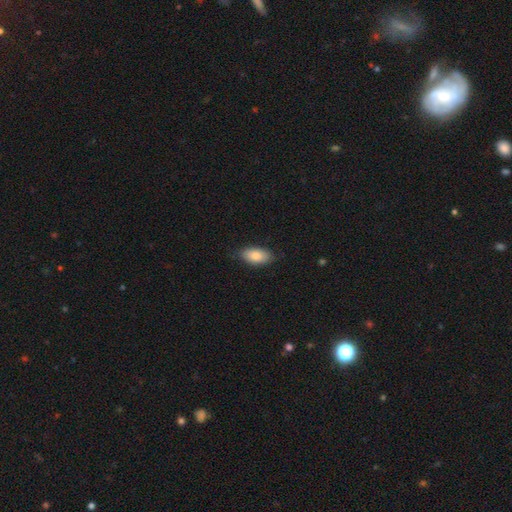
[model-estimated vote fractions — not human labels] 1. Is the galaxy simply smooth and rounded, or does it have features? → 84% smooth, 10% featured or disk, 6% star or artifact.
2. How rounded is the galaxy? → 93% in between, 4% cigar-shaped, 3% round.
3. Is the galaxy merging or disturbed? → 81% none, 15% minor disturbance, 3% major disturbance, 1% merger.